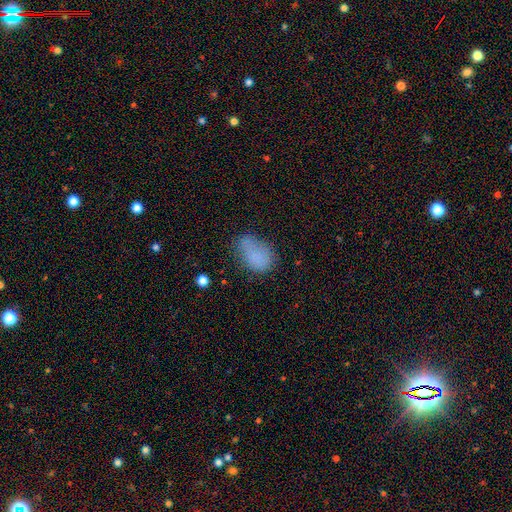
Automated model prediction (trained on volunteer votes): Smooth or featured?
  - smooth: 78% *
  - featured or disk: 11%
  - star or artifact: 11%
How rounded?
  - in between: 84% *
  - round: 14%
  - cigar-shaped: 2%
Merging?
  - none: 43% *
  - minor disturbance: 34%
  - major disturbance: 16%
  - merger: 6%